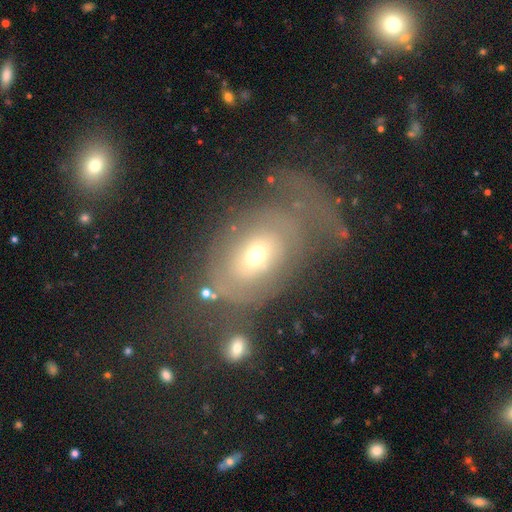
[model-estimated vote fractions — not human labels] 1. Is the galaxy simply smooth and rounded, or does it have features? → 51% featured or disk, 38% smooth, 11% star or artifact.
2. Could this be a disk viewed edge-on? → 92% no, 8% yes.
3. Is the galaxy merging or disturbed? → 38% major disturbance, 36% none, 20% minor disturbance, 6% merger.